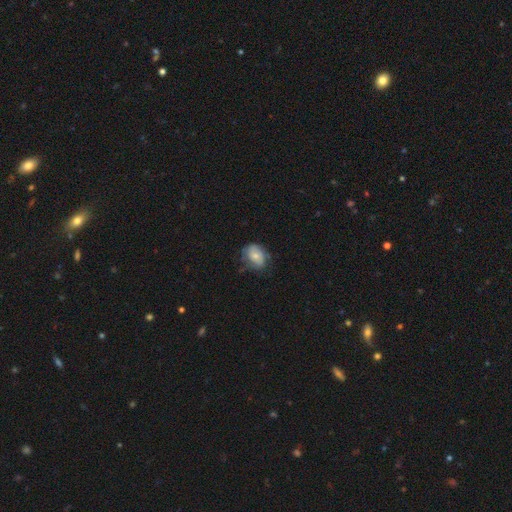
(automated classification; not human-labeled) smooth 62%, featured or disk 30%, star or artifact 8%. Down the decision tree: how rounded — in between (64%); merging — none (52%).